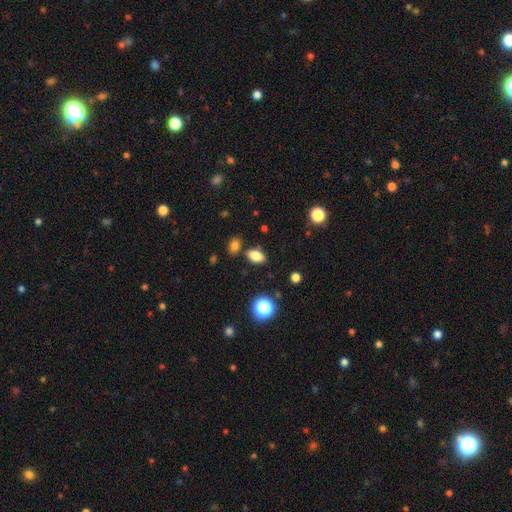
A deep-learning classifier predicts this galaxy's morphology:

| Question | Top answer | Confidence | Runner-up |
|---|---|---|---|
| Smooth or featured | smooth | 80% | star or artifact (12%) |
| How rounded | in between | 86% | round (11%) |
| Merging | none | 79% | minor disturbance (11%) |